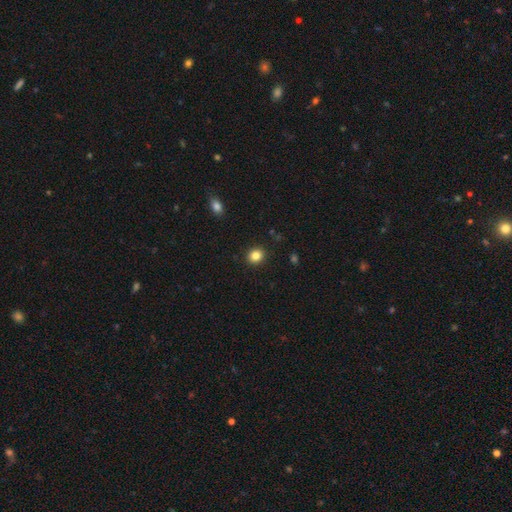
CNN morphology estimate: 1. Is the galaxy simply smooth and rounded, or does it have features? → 84% smooth, 11% star or artifact, 5% featured or disk.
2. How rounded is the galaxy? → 77% round, 23% in between, 1% cigar-shaped.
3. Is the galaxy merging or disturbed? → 91% none, 6% minor disturbance, 2% major disturbance, 1% merger.